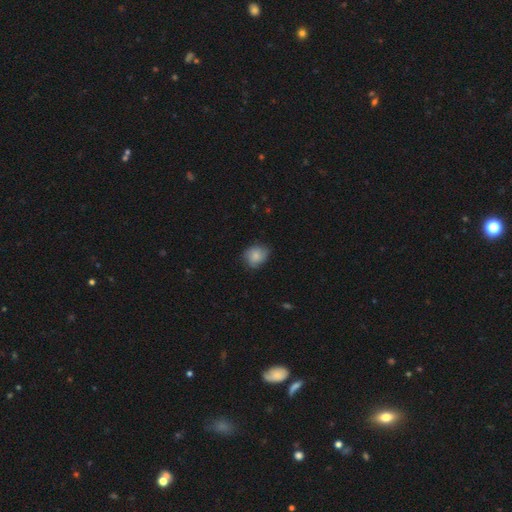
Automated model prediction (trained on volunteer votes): A smooth galaxy with no disk features (82%) that is round (63%).

Vote fractions:
- Smooth or featured? smooth: 82% / featured or disk: 11% / star or artifact: 8%
- How rounded? round: 63% / in between: 36% / cigar-shaped: 1%
- Merging? none: 72% / minor disturbance: 23% / major disturbance: 4% / merger: 1%